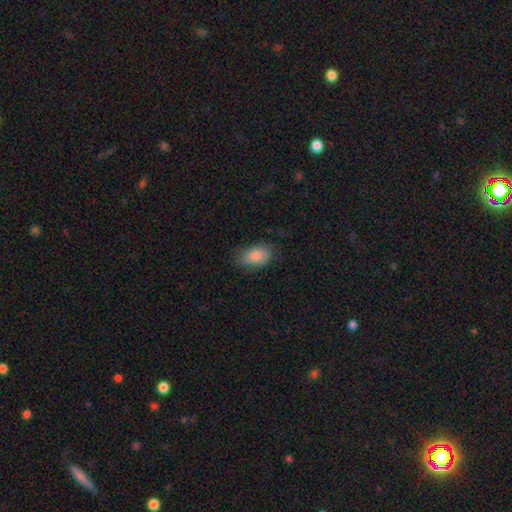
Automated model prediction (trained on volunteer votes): Smooth or featured? Predicted: smooth (p=0.78). How rounded? Predicted: in between (p=0.89). Merging? Predicted: none (p=0.69).